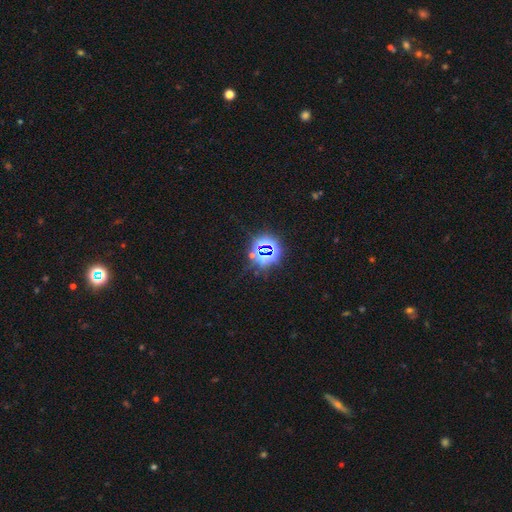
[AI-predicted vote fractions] Smooth or featured? Predicted: star or artifact (p=0.78).